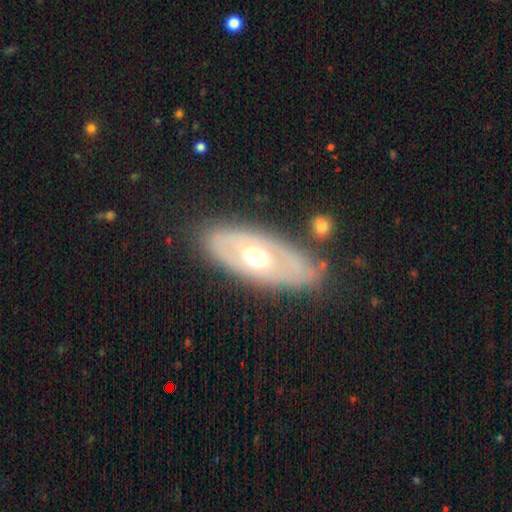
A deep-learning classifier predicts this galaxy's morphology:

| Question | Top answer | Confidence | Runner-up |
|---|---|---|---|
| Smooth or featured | featured or disk | 59% | smooth (35%) |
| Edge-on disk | no | 79% | yes (21%) |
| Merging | none | 80% | minor disturbance (12%) |